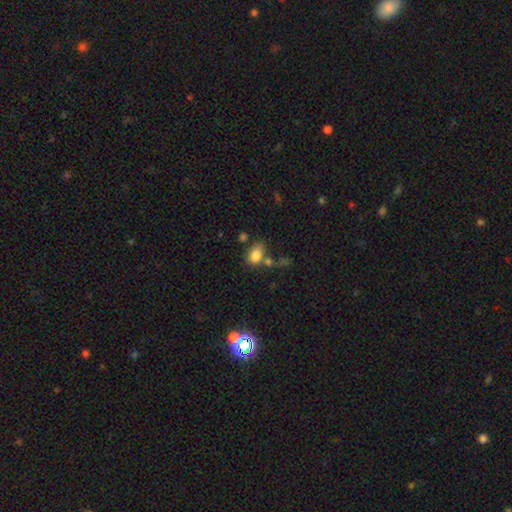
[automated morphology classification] type=smooth (82%); roundness=in between (78%); merging=none (51%).